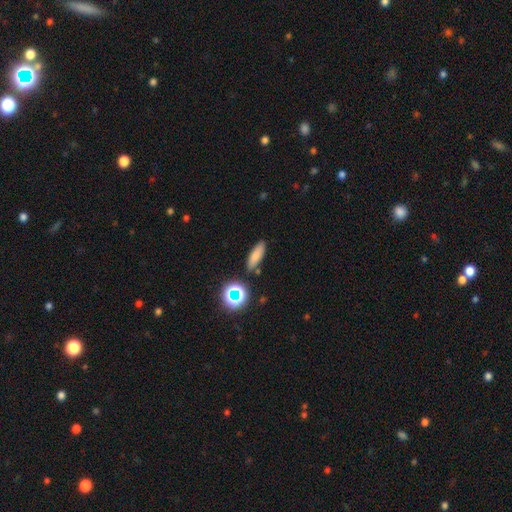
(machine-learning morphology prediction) Smooth or featured? Predicted: smooth (p=0.76). How rounded? Predicted: in between (p=0.52). Merging? Predicted: none (p=0.82).